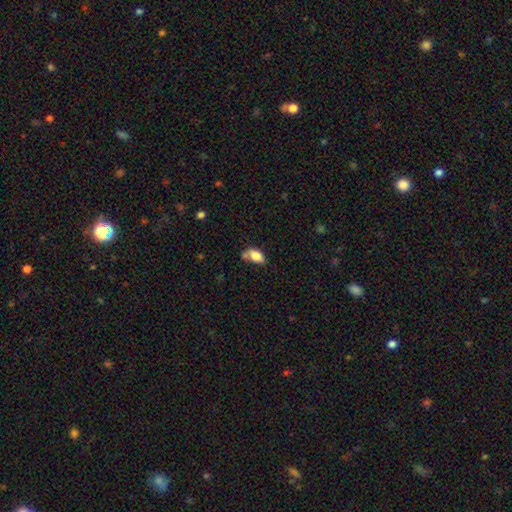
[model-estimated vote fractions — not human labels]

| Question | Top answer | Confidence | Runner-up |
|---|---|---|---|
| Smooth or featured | smooth | 81% | featured or disk (11%) |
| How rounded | in between | 90% | round (5%) |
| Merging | none | 48% | minor disturbance (24%) |